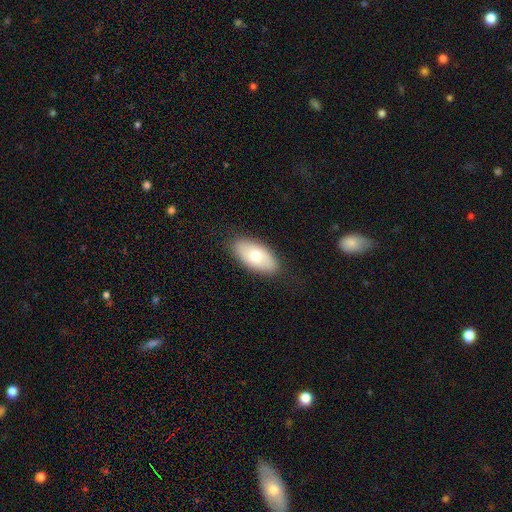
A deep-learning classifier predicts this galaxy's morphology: smooth_or_featured: smooth (p=0.69) [alt: featured or disk p=0.25]
how_rounded: in between (p=0.93) [alt: cigar-shaped p=0.04]
merging: none (p=0.87) [alt: minor disturbance p=0.10]